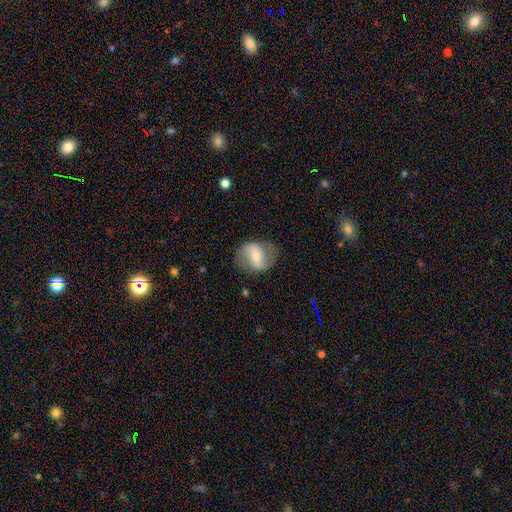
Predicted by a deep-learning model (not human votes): The model was most divided on "bulge size": small: 48%, moderate: 44%, large: 4%, none: 3%, dominant: 1%. Remaining: edge-on disk — no (96%); spiral arm count — 2 (87%); spiral arms — yes (82%); merging — none (71%); smooth or featured — featured or disk (64%); spiral winding — loose (52%); bar — weak (40%).